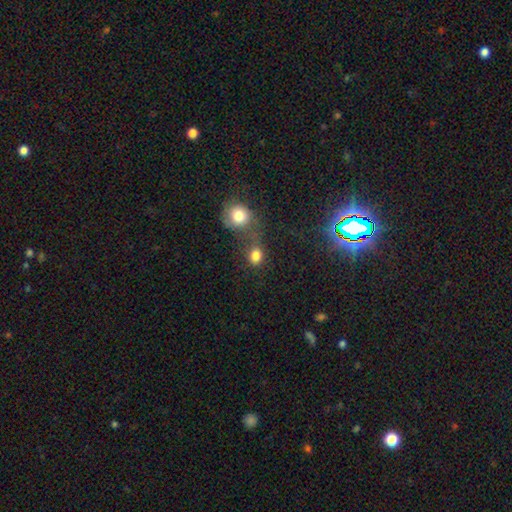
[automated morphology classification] smooth 81%, star or artifact 12%, featured or disk 7%. Down the decision tree: how rounded — round (68%); merging — none (43%).